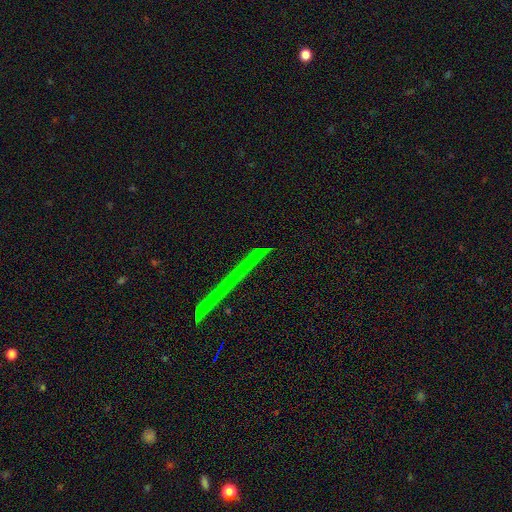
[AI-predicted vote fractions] This appears to be a star or artifact, not a galaxy (77%).